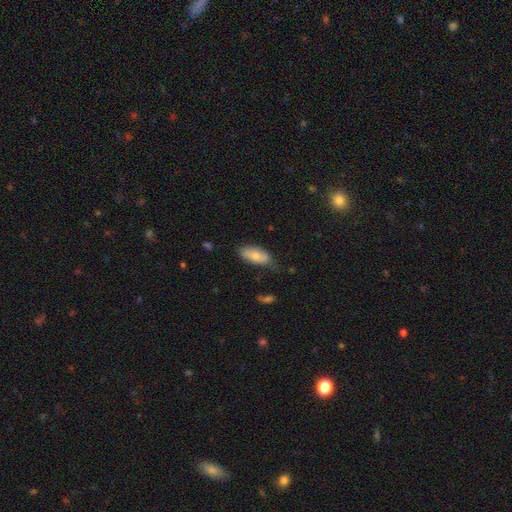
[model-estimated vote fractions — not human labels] A smooth galaxy with no disk features (72%) that is in between round and cigar-shaped (88%). Merging: none (63%).